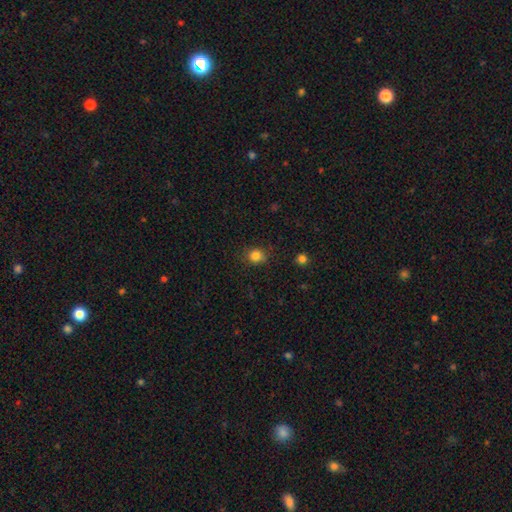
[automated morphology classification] Overall: smooth (83%). How rounded: round (73%). Merging: none (83%).